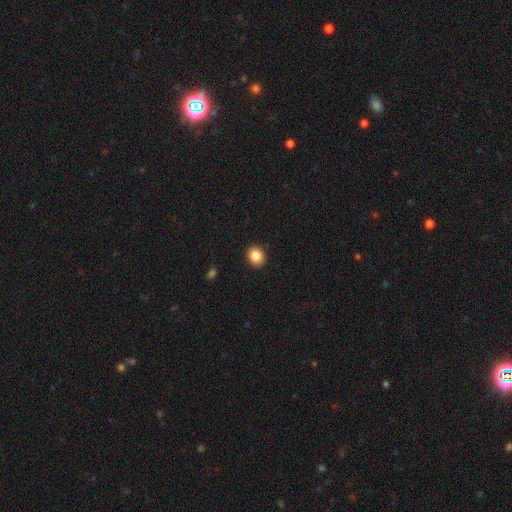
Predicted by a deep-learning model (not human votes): Smooth or featured? smooth (86%)
How rounded? round (61%)
Merging? none (92%)